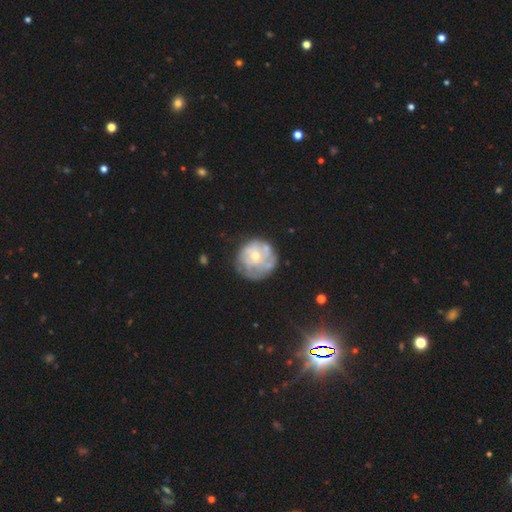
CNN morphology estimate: The model was most divided on "bulge size": moderate: 51%, small: 42%, large: 3%, none: 3%, dominant: 1%. More confident: edge-on disk — no (98%); bar — no (88%); spiral arms — no (73%); merging — none (61%); smooth or featured — featured or disk (55%).